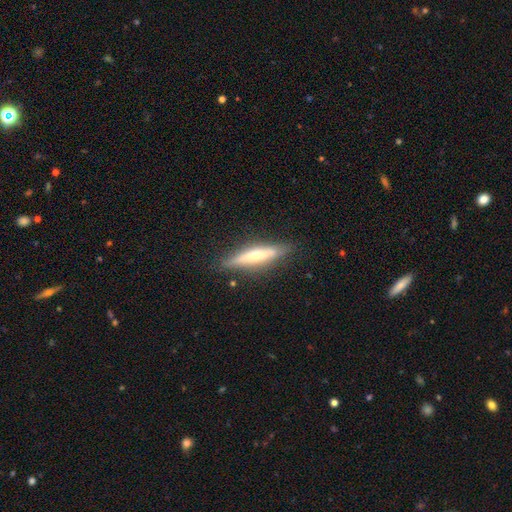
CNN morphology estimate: A featured or disk galaxy (56%) viewed edge-on (89%) with a rounded central bulge (74%). Merging: none (82%).